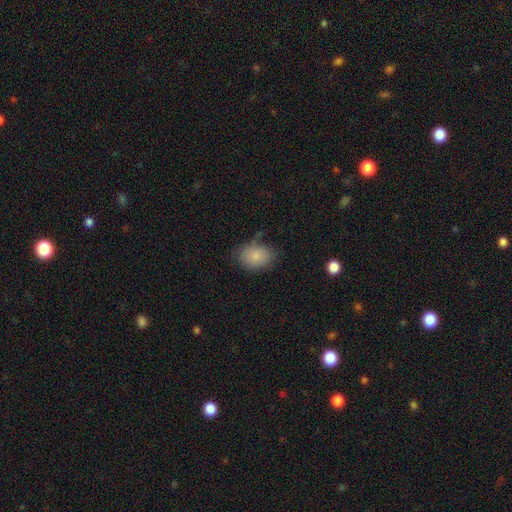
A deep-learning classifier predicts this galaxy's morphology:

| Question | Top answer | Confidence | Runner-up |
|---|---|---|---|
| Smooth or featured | smooth | 84% | star or artifact (8%) |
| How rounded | in between | 70% | round (29%) |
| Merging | none | 65% | minor disturbance (24%) |